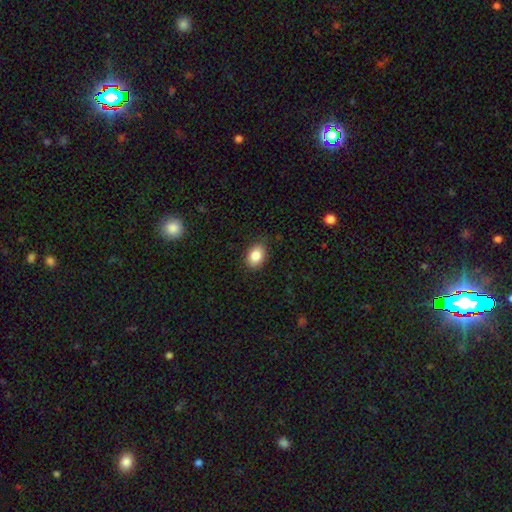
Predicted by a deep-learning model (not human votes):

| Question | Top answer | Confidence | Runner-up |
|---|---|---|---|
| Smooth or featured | smooth | 85% | star or artifact (8%) |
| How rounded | in between | 80% | round (19%) |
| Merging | none | 84% | minor disturbance (12%) |